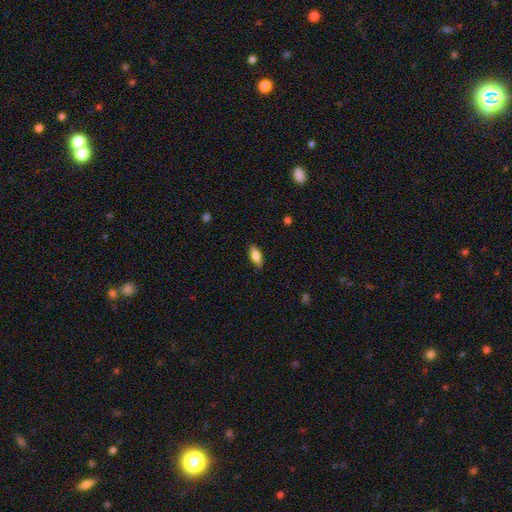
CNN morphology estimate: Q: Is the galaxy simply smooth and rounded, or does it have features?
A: smooth — 78%.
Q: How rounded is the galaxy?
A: in between — 76%.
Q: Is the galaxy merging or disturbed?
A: none — 84%.